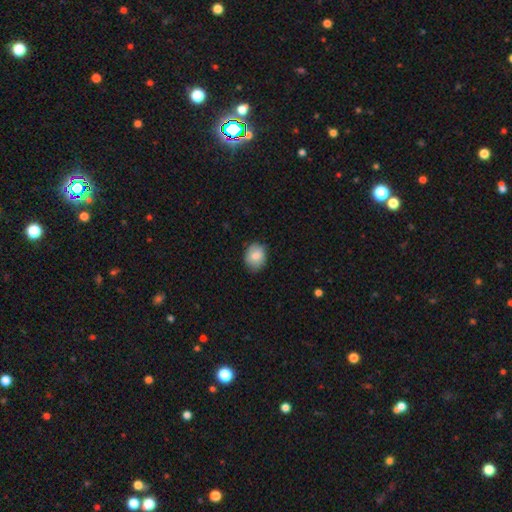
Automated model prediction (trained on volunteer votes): smooth-or-featured: smooth: 83% | featured or disk: 10% | star or artifact: 7%
  how-rounded: round: 50% | in between: 49% | cigar-shaped: 1%
  merging: none: 80% | minor disturbance: 16% | major disturbance: 3% | merger: 1%